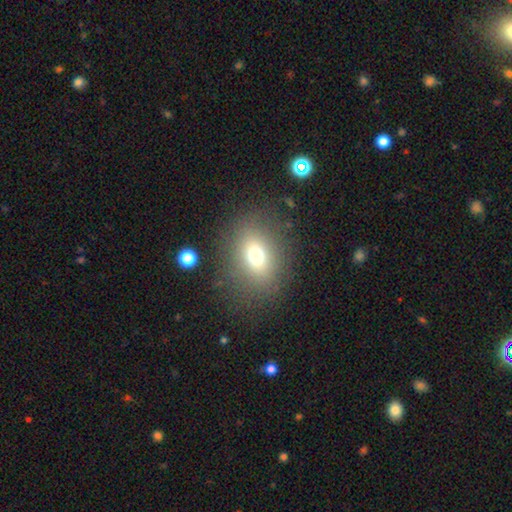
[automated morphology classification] Smooth or featured? smooth (71%)
How rounded? in between (54%)
Merging? none (81%)